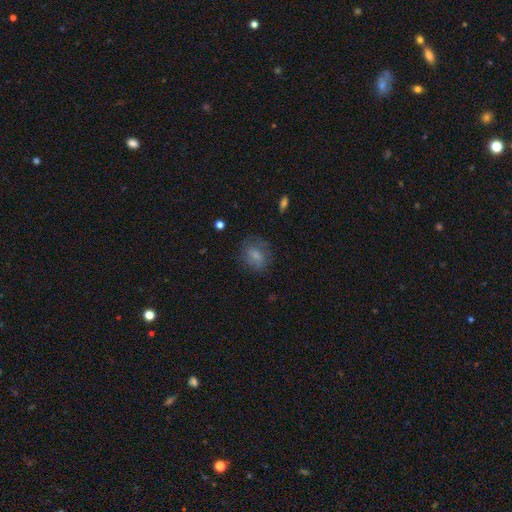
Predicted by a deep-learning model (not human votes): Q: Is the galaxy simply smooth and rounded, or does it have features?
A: smooth — 69%.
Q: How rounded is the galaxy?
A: in between — 53%.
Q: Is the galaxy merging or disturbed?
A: none — 67%.